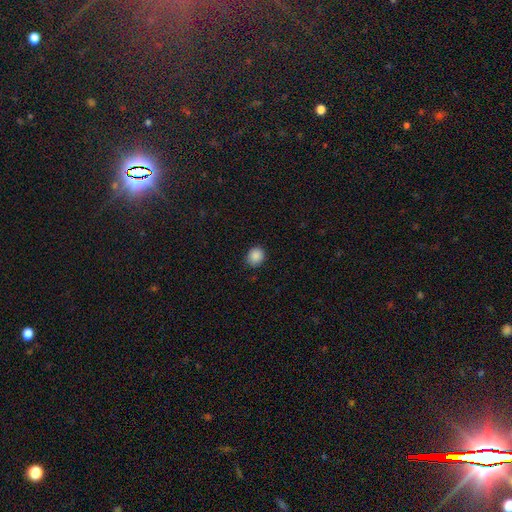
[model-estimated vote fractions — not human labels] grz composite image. It shows a smooth galaxy with no disk features (88%) that is round (76%). Merging: none (86%).